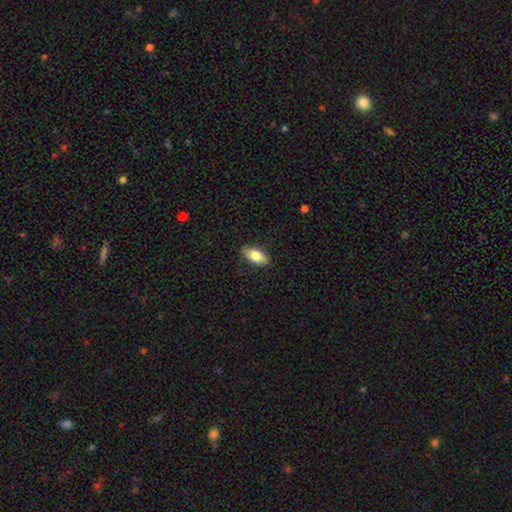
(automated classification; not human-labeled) Morphology: type=smooth (77%); roundness=in between (87%); merging=none (86%).